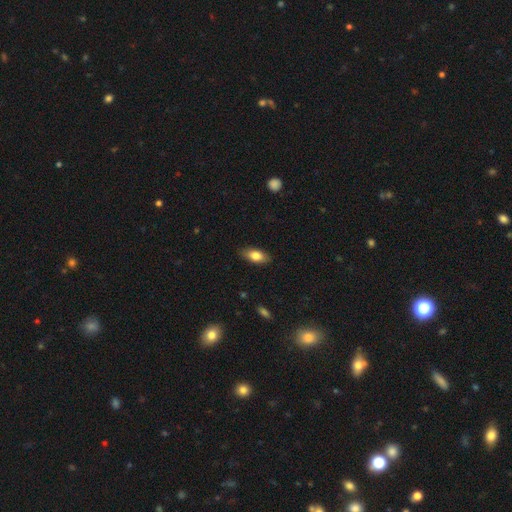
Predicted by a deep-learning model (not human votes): A smooth galaxy with no disk features (79%) that is in between round and cigar-shaped (86%).

Vote fractions:
- Smooth or featured? smooth: 79% / featured or disk: 14% / star or artifact: 7%
- How rounded? in between: 86% / cigar-shaped: 10% / round: 4%
- Merging? none: 85% / minor disturbance: 11% / major disturbance: 2% / merger: 1%